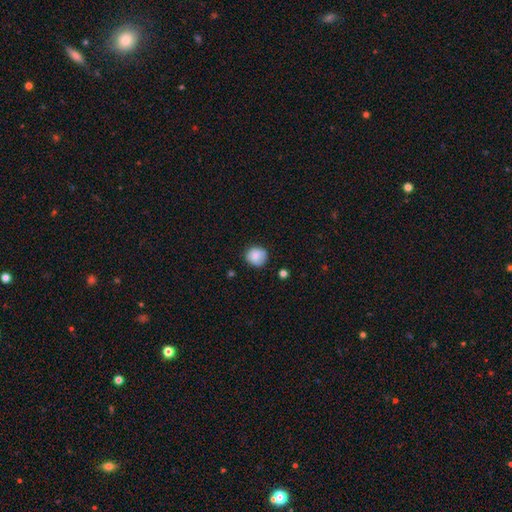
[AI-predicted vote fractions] Smooth or featured? smooth (85%)
How rounded? round (91%)
Merging? none (83%)